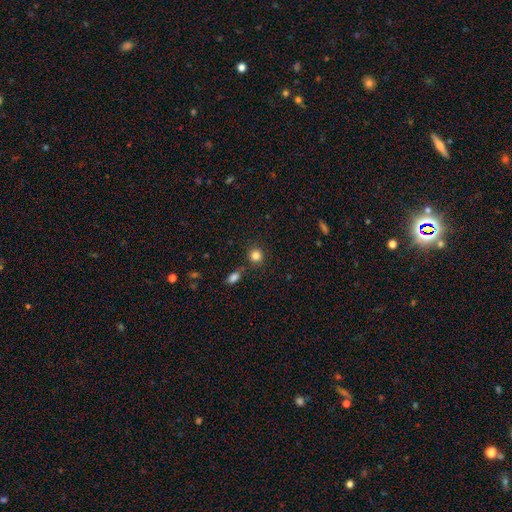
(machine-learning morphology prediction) type=smooth (83%); roundness=round (87%); merging=none (81%).